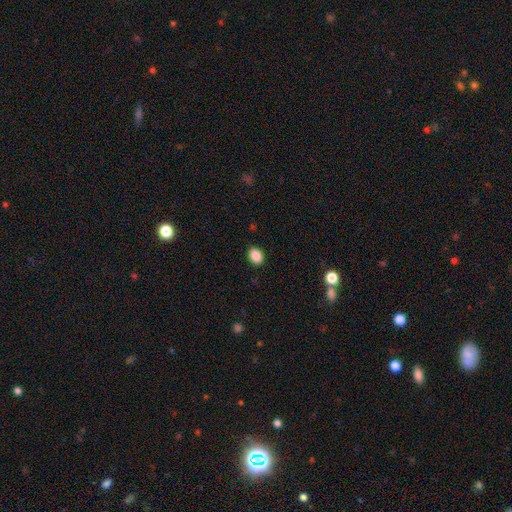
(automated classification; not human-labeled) Smooth or featured: smooth — 88% (star or artifact — 9%)
How rounded: in between — 65% (round — 34%)
Merging: none — 90% (minor disturbance — 7%)